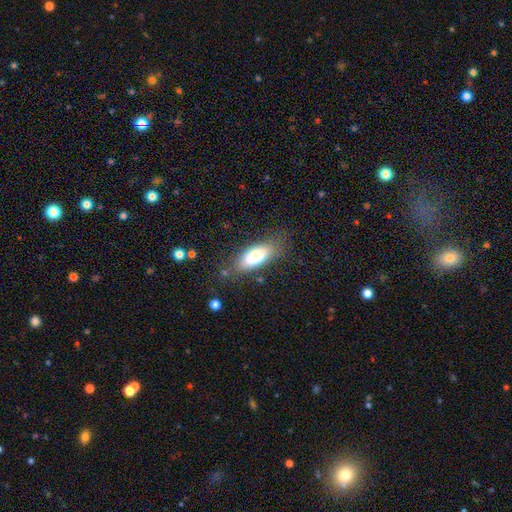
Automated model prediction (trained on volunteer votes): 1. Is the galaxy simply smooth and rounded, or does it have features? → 73% smooth, 20% featured or disk, 7% star or artifact.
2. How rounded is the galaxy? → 79% in between, 19% cigar-shaped, 3% round.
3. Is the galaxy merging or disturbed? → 74% none, 17% minor disturbance, 6% major disturbance, 3% merger.